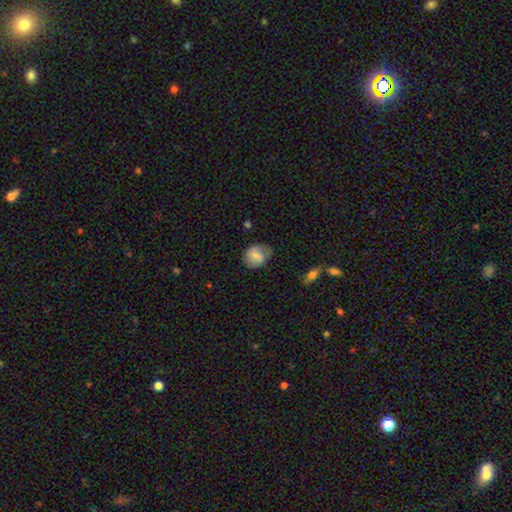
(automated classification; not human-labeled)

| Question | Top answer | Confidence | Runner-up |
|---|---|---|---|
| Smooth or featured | smooth | 69% | featured or disk (24%) |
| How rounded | round | 50% | in between (49%) |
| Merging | none | 58% | minor disturbance (30%) |